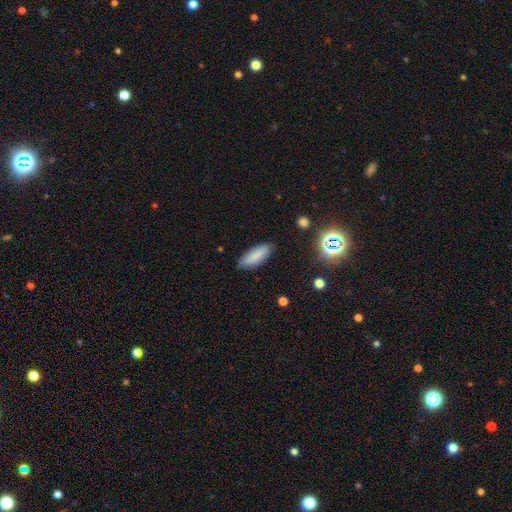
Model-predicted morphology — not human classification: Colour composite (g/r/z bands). It shows a smooth galaxy with no disk features (83%) that is in between round and cigar-shaped (67%). Merging: none (84%).